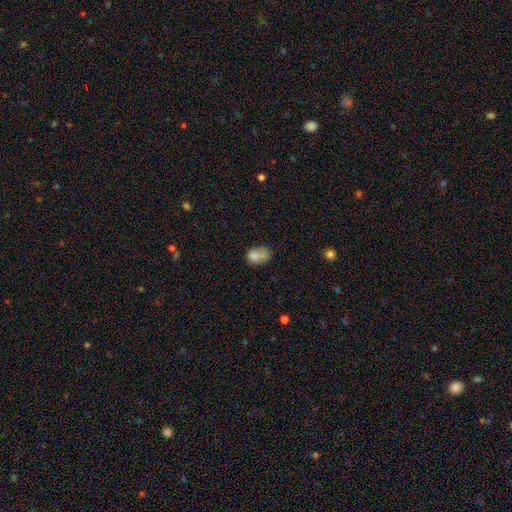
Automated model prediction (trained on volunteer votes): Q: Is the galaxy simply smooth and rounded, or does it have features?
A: smooth — 75%.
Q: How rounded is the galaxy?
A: in between — 77%.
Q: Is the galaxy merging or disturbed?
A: none — 32%.